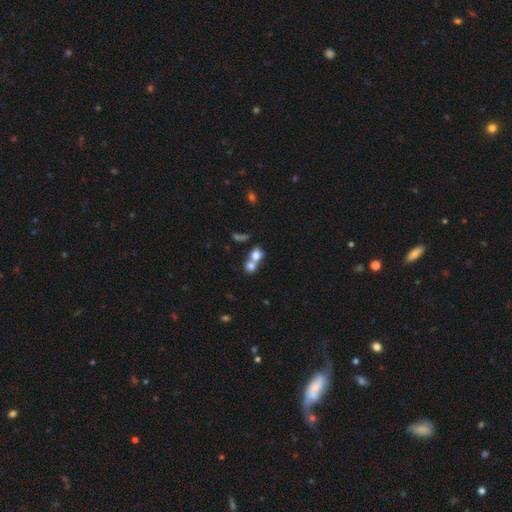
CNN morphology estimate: Smooth or featured?
  - smooth: 74% *
  - featured or disk: 14%
  - star or artifact: 12%
How rounded?
  - round: 69% *
  - in between: 30%
  - cigar-shaped: 2%
Merging?
  - merger: 60% *
  - none: 30%
  - minor disturbance: 6%
  - major disturbance: 4%